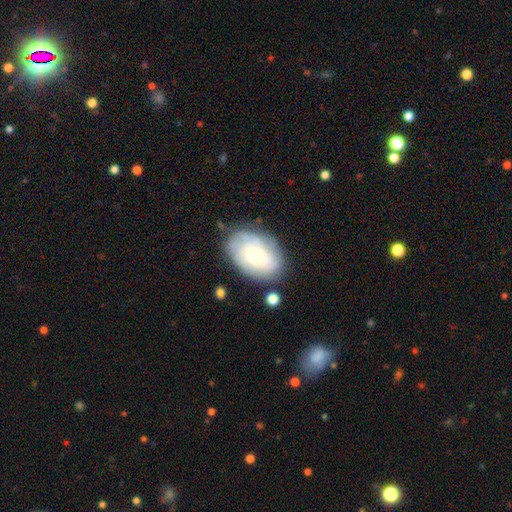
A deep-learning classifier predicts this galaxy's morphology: Smooth or featured? Predicted: featured or disk (p=0.47). Merging? Predicted: none (p=0.73).